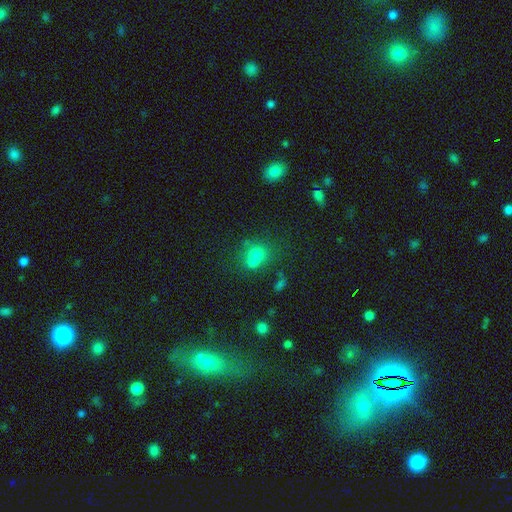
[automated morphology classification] A smooth galaxy with no disk features (67%) that is round (69%). Merging: merger (50%).